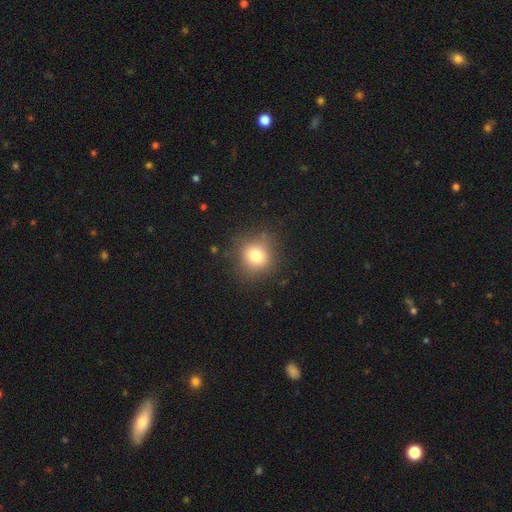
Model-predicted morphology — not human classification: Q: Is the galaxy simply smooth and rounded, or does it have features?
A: smooth — 77%.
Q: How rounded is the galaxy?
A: round — 87%.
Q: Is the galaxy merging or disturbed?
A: none — 82%.